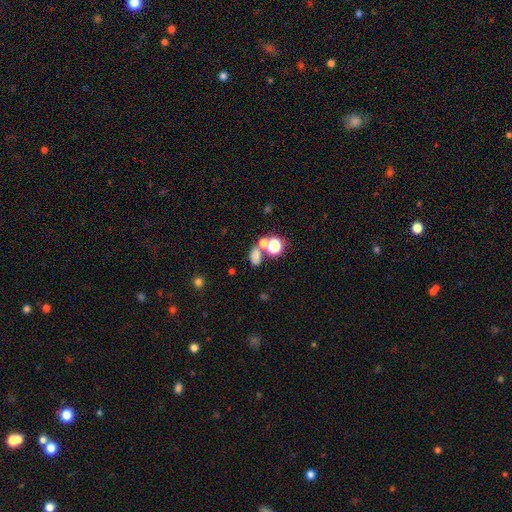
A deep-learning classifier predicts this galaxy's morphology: Smooth or featured? Predicted: smooth (p=0.68). How rounded? Predicted: in between (p=0.69). Merging? Predicted: none (p=0.48).